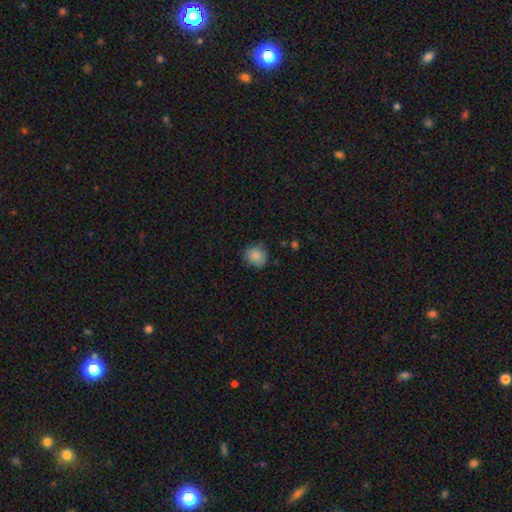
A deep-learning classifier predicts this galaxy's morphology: This is clearly a smooth galaxy (87%). How rounded: clearly round (82%). Merging: likely none (79%).